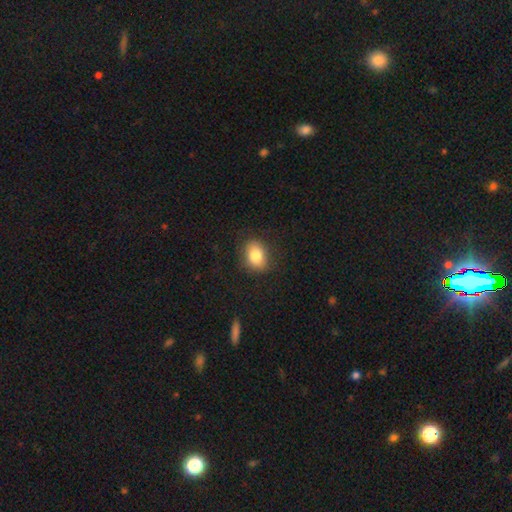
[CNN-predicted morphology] type=smooth (81%); roundness=in between (56%); merging=none (85%).